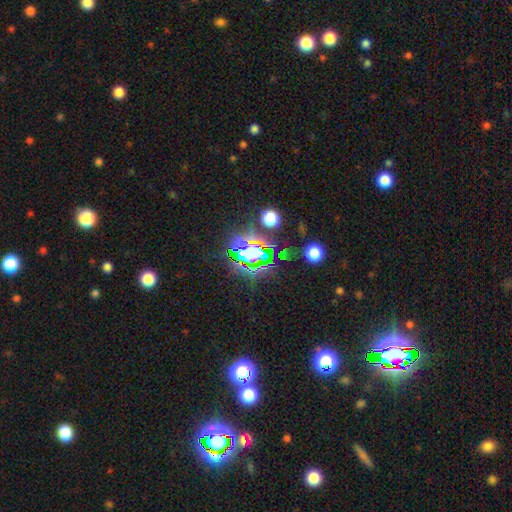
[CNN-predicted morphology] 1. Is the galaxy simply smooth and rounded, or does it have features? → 72% star or artifact, 18% smooth, 10% featured or disk.